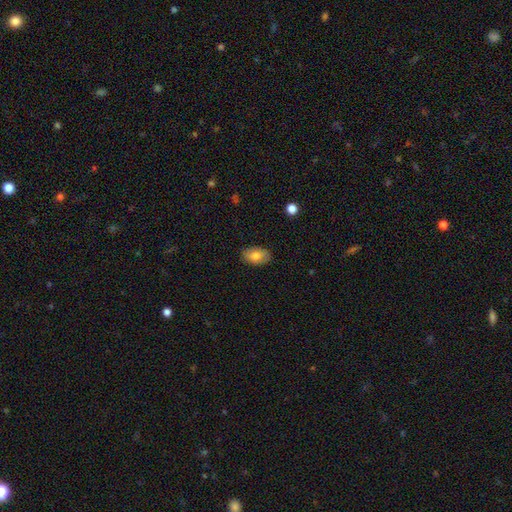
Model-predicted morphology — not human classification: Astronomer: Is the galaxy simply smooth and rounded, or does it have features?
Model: smooth — 77%.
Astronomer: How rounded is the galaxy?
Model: in between — 91%.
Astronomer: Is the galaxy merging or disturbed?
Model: none — 86%.